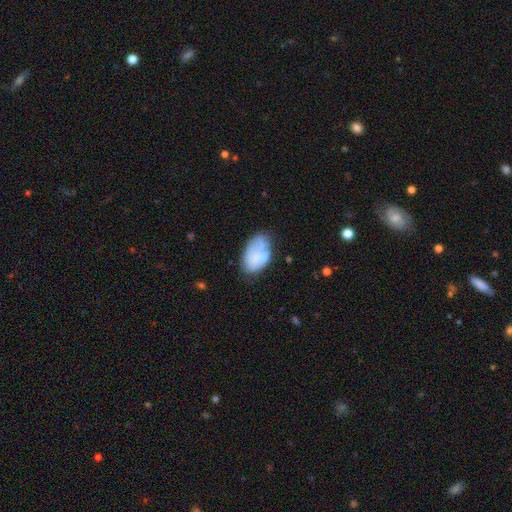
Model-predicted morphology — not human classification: smooth-or-featured: smooth: 58% | featured or disk: 33% | star or artifact: 8%
  how-rounded: in between: 92% | round: 7% | cigar-shaped: 1%
  merging: none: 48% | minor disturbance: 29% | major disturbance: 12% | merger: 11%